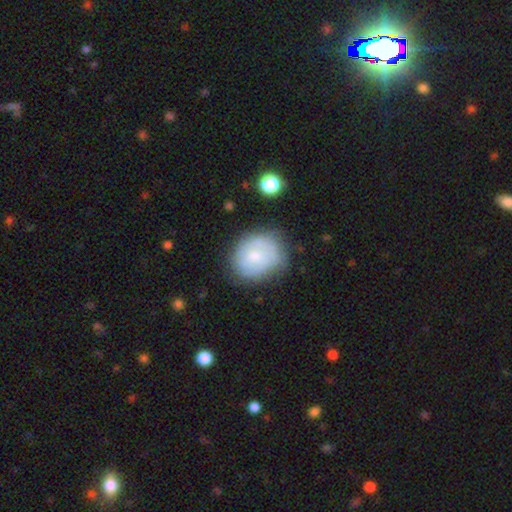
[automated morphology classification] smooth 50%, featured or disk 42%, star or artifact 8%. Down the decision tree: how rounded — round (64%); merging — none (64%).